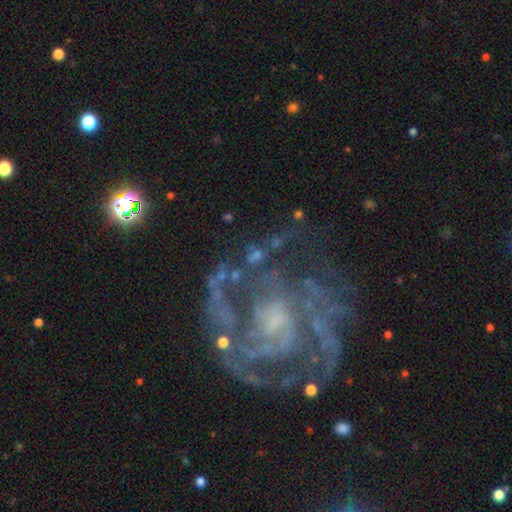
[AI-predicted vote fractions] Smooth or featured?
  - featured or disk: 75% *
  - star or artifact: 13%
  - smooth: 12%
Edge-on disk?
  - no: 97% *
  - yes: 3%
Bar?
  - no: 43% *
  - weak: 39%
  - strong: 18%
Spiral arms?
  - yes: 90% *
  - no: 10%
Spiral winding?
  - medium: 41% *
  - tight: 40%
  - loose: 19%
Spiral arm count?
  - can't tell: 27% *
  - 2: 26%
  - 3: 18%
  - 4: 11%
  - 1: 9%
  - more than 4: 9%
Bulge size?
  - small: 51% *
  - moderate: 25%
  - none: 17%
  - large: 4%
  - dominant: 2%
Merging?
  - none: 58% *
  - major disturbance: 19%
  - minor disturbance: 17%
  - merger: 7%